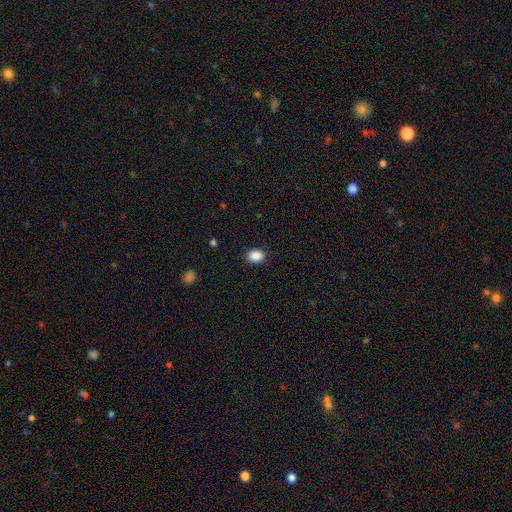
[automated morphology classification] A smooth galaxy with no disk features (89%) that is in between round and cigar-shaped (64%). Merging: none (90%).